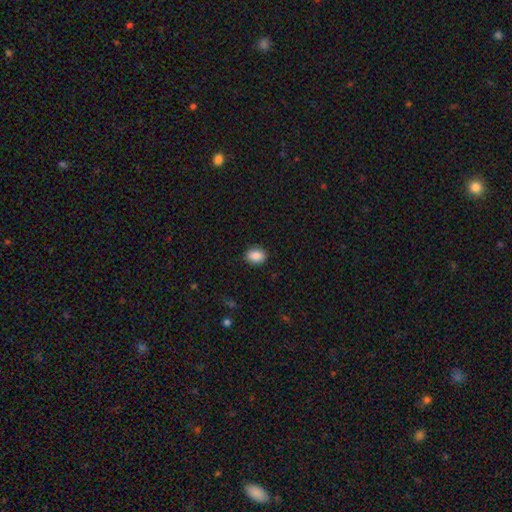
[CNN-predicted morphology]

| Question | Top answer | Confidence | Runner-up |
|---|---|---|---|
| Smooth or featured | smooth | 88% | star or artifact (8%) |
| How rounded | in between | 66% | round (33%) |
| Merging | none | 88% | minor disturbance (9%) |